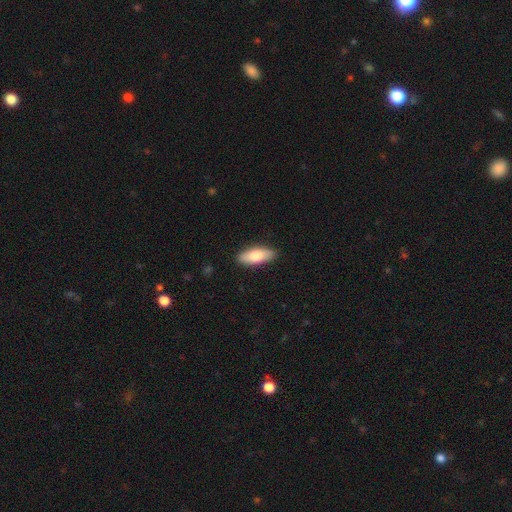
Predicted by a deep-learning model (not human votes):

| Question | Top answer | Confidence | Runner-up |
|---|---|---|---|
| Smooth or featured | smooth | 79% | featured or disk (16%) |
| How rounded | in between | 77% | cigar-shaped (21%) |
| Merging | none | 88% | minor disturbance (9%) |